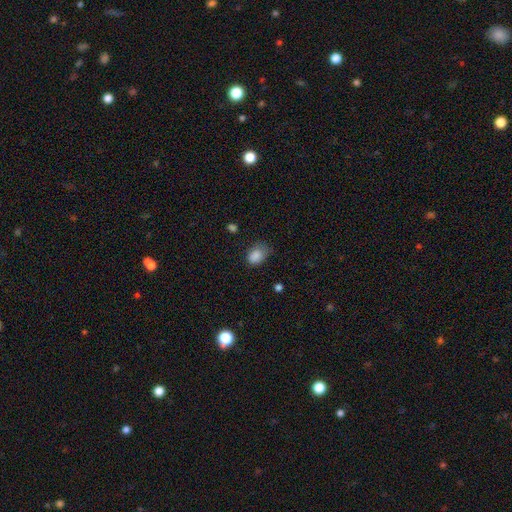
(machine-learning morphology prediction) This is clearly a smooth galaxy (85%). How rounded: likely in between (73%). Merging: possibly none (48%).